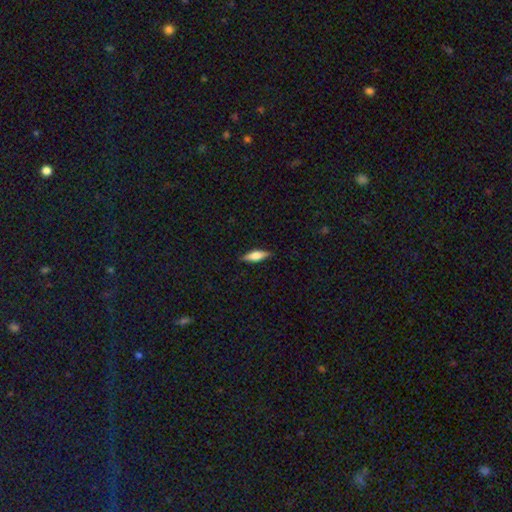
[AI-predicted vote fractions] Smooth or featured: smooth — 60% (featured or disk — 34%)
How rounded: in between — 49% (cigar-shaped — 48%)
Merging: none — 86% (minor disturbance — 10%)